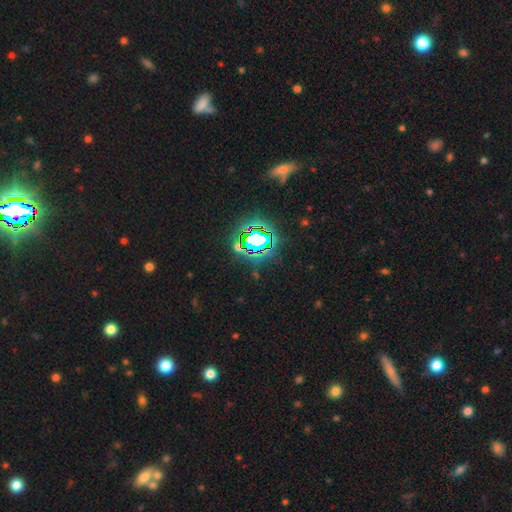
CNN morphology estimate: star or artifact 80%, smooth 13%, featured or disk 8%.